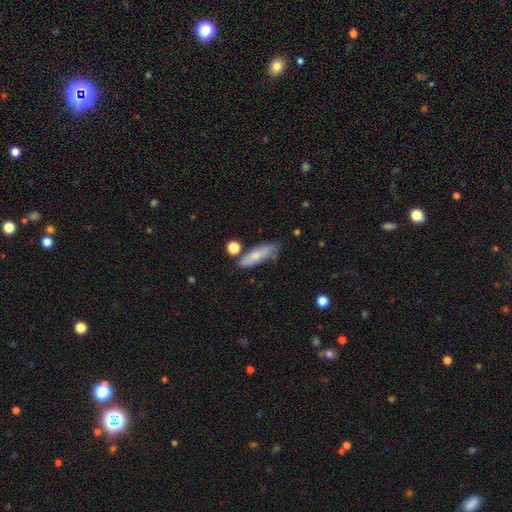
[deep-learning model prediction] smooth_or_featured: smooth (p=0.70) [alt: featured or disk p=0.23]
how_rounded: cigar-shaped (p=0.50) [alt: in between p=0.47]
merging: none (p=0.59) [alt: minor disturbance p=0.26]